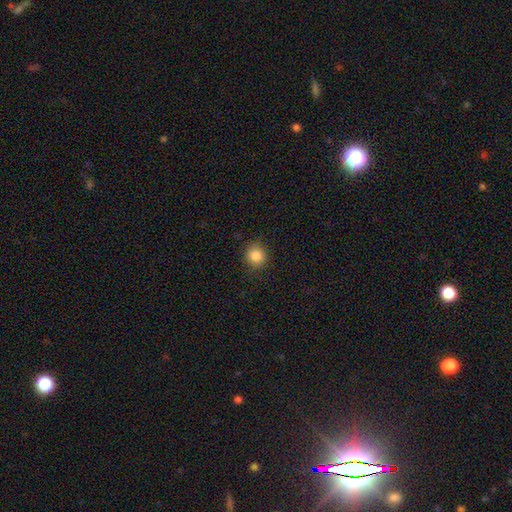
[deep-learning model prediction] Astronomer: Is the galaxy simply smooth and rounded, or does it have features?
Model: smooth — 85%.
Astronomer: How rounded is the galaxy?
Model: round — 91%.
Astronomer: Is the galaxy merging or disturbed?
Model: none — 89%.